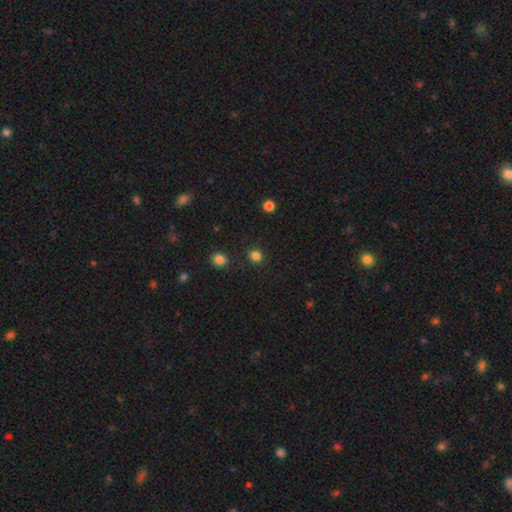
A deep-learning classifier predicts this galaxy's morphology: smooth 82%, star or artifact 14%, featured or disk 4%. Down the decision tree: how rounded — round (83%); merging — none (88%).